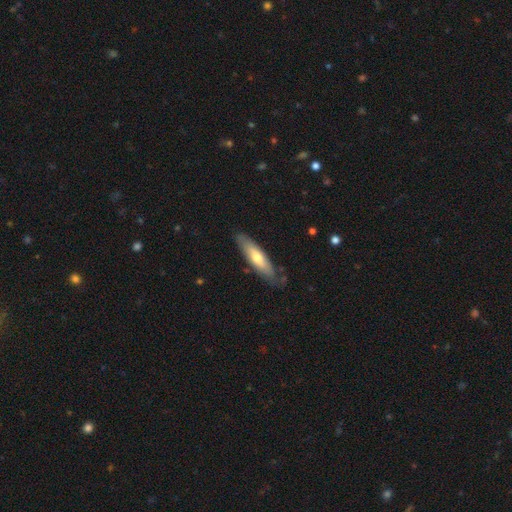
Smooth or featured: smooth — 51% (featured or disk — 44%)
How rounded: cigar-shaped — 80% (in between — 20%)
Merging: none — 86% (minor disturbance — 8%)